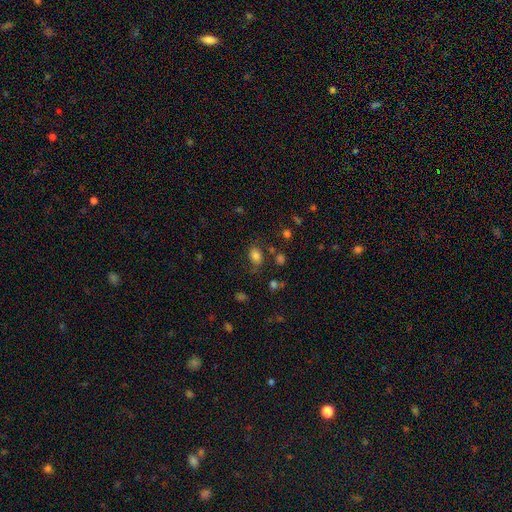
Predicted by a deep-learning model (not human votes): smooth_or_featured: smooth (p=0.79) [alt: star or artifact p=0.13]
how_rounded: in between (p=0.69) [alt: round p=0.30]
merging: none (p=0.65) [alt: minor disturbance p=0.20]